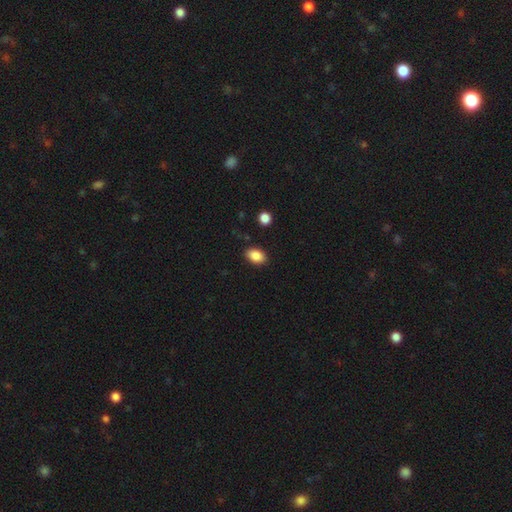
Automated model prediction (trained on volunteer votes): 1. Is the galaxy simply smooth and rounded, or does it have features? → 87% smooth, 8% star or artifact, 5% featured or disk.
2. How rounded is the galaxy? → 84% in between, 14% round, 1% cigar-shaped.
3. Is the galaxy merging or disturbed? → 86% none, 10% minor disturbance, 2% major disturbance, 2% merger.